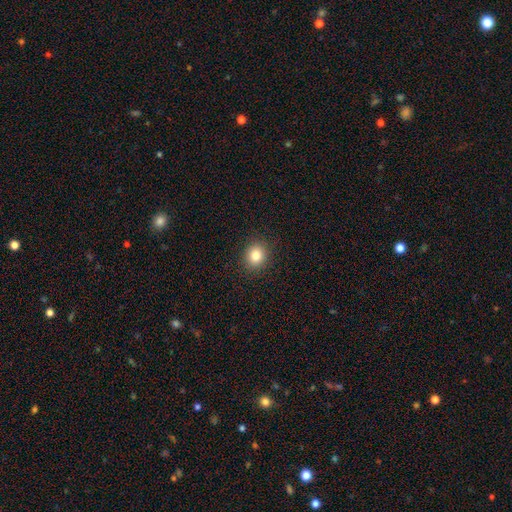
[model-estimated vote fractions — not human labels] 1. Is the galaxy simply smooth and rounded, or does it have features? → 82% smooth, 11% star or artifact, 7% featured or disk.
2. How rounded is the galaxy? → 78% round, 21% in between, 1% cigar-shaped.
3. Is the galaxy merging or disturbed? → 91% none, 6% minor disturbance, 2% major disturbance, 1% merger.